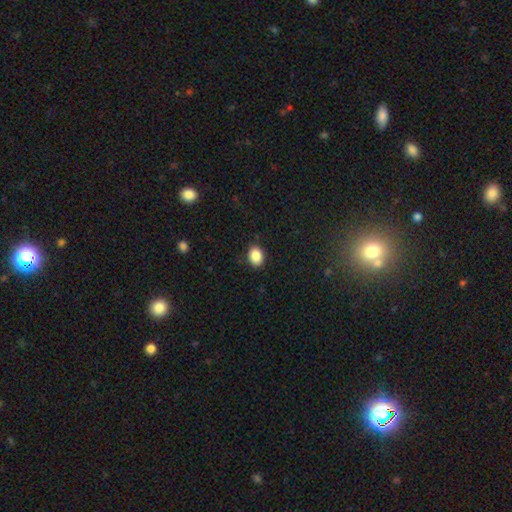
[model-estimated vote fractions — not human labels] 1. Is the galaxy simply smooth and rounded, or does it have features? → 88% smooth, 9% star or artifact, 4% featured or disk.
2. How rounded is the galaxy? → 66% in between, 34% round, 1% cigar-shaped.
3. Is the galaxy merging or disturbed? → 87% none, 10% minor disturbance, 2% major disturbance, 1% merger.